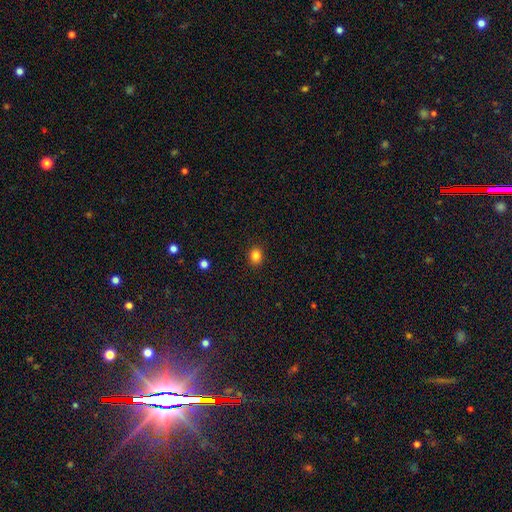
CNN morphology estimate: smooth-or-featured: smooth: 83% | star or artifact: 12% | featured or disk: 5%
  how-rounded: round: 58% | in between: 41% | cigar-shaped: 1%
  merging: none: 90% | minor disturbance: 7% | major disturbance: 2% | merger: 1%